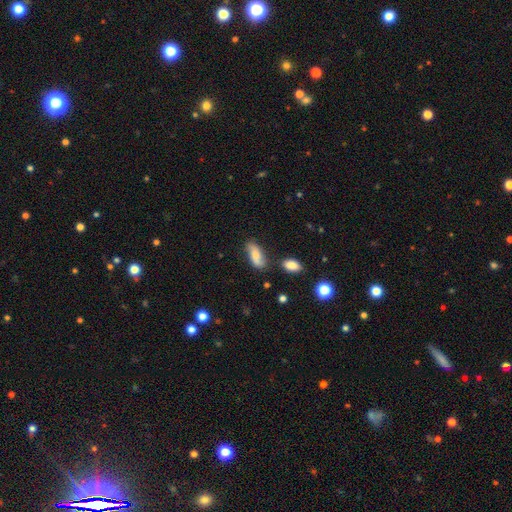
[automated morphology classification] Smooth or featured: smooth — 61% (featured or disk — 31%)
How rounded: in between — 79% (cigar-shaped — 17%)
Merging: none — 70% (minor disturbance — 19%)